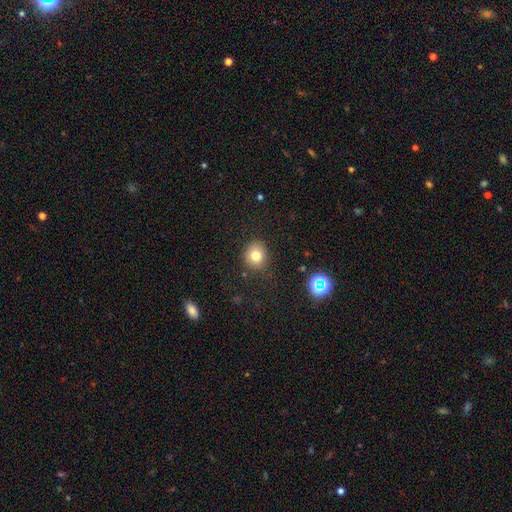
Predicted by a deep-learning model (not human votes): This is likely a smooth galaxy (77%). How rounded: clearly round (80%). Merging: clearly none (85%).